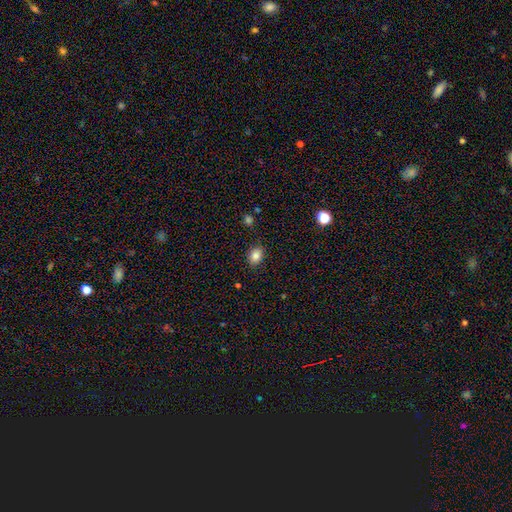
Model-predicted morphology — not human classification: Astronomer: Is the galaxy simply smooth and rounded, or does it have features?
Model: smooth — 85%.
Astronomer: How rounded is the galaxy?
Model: in between — 68%.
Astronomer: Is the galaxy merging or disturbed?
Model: none — 86%.